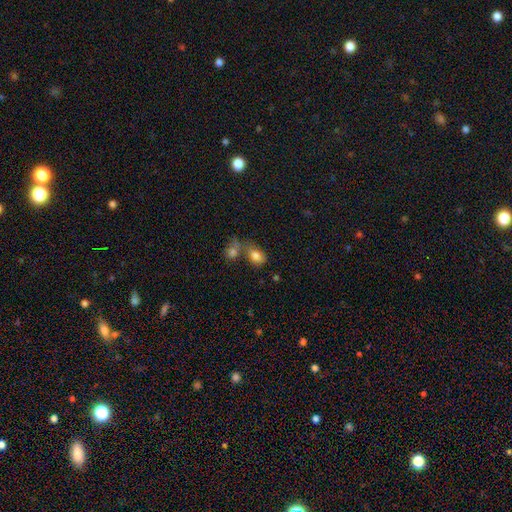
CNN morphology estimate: This is clearly a smooth galaxy (81%). How rounded: likely in between (80%). Merging: marginally merger (40%).